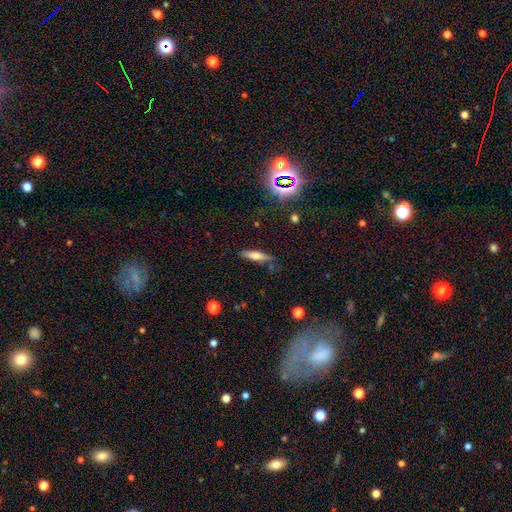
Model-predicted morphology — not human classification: A smooth galaxy with no disk features (53%) that is cigar-shaped (75%). Merging: none (79%).